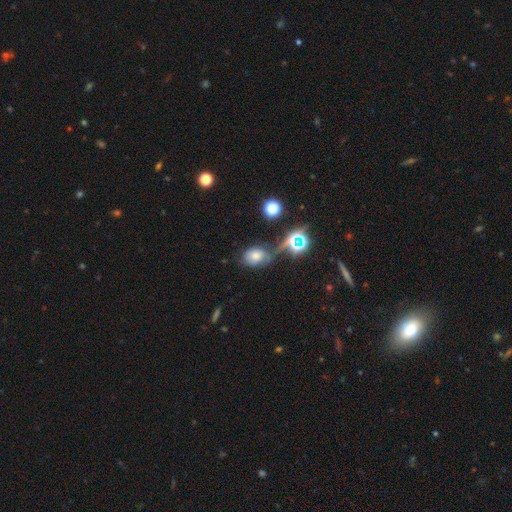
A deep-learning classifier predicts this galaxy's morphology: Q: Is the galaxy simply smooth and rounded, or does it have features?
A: smooth — 62%.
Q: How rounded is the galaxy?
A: in between — 68%.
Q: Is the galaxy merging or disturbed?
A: none — 51%.